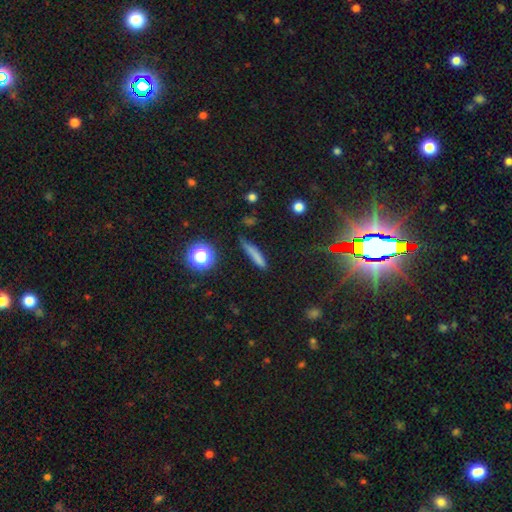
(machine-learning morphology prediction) smooth-or-featured: smooth: 69% | featured or disk: 16% | star or artifact: 15%
  how-rounded: cigar-shaped: 87% | in between: 8% | round: 5%
  merging: none: 70% | minor disturbance: 21% | major disturbance: 6% | merger: 4%